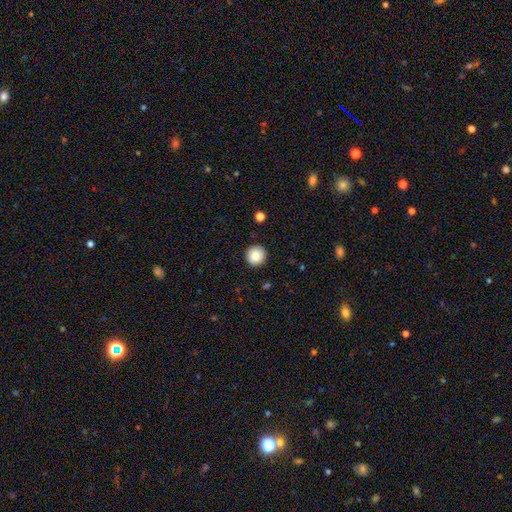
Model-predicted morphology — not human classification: Q: Smooth or featured?
A: smooth (86%); runner-up: star or artifact (9%)
Q: How rounded?
A: round (95%); runner-up: in between (4%)
Q: Merging?
A: none (92%); runner-up: minor disturbance (6%)